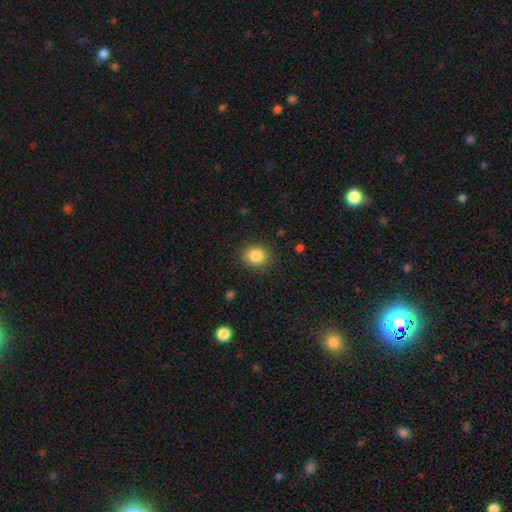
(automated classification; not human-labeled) smooth_or_featured: smooth (p=0.86) [alt: star or artifact p=0.09]
how_rounded: round (p=0.76) [alt: in between p=0.24]
merging: none (p=0.87) [alt: minor disturbance p=0.08]